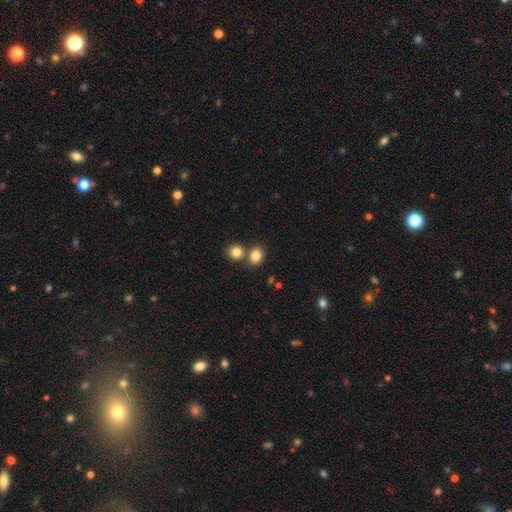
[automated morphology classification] Smooth or featured?
  - smooth: 83% *
  - star or artifact: 10%
  - featured or disk: 6%
How rounded?
  - round: 53% *
  - in between: 46%
  - cigar-shaped: 1%
Merging?
  - none: 58% *
  - merger: 30%
  - minor disturbance: 9%
  - major disturbance: 3%